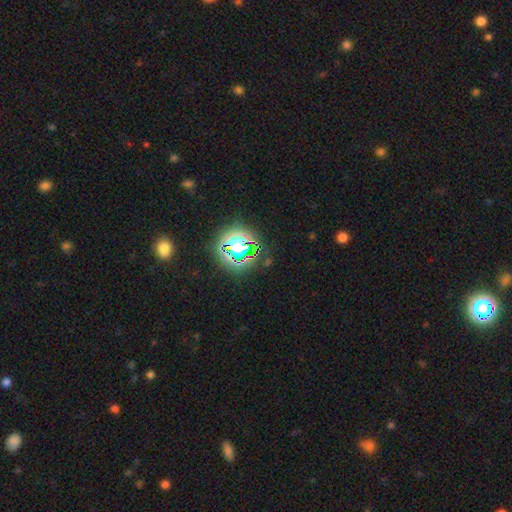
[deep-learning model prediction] This appears to be a star or artifact, not a galaxy (79%).